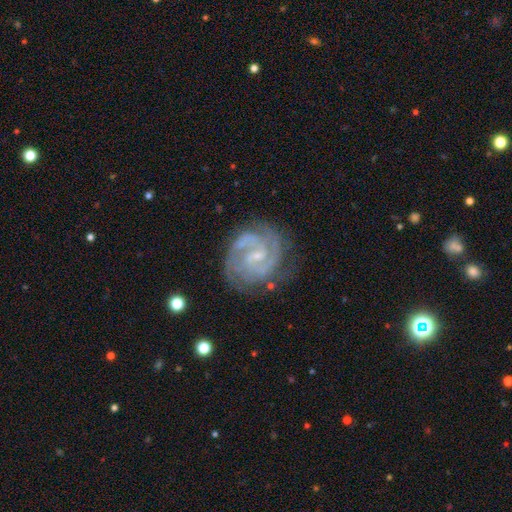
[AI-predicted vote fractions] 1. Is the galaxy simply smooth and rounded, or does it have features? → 90% featured or disk, 5% star or artifact, 5% smooth.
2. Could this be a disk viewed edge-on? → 98% no, 2% yes.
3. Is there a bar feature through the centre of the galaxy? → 52% weak, 32% no, 16% strong.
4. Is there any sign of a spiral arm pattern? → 98% yes, 2% no.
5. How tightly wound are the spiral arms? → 61% tight, 34% medium, 5% loose.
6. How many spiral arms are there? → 55% 2, 21% 3, 11% can't tell, 5% 4, 4% 1, 4% more than 4.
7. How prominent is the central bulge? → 73% small, 18% moderate, 7% none, 1% large, 1% dominant.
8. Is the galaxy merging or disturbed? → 75% none, 17% minor disturbance, 6% major disturbance, 2% merger.